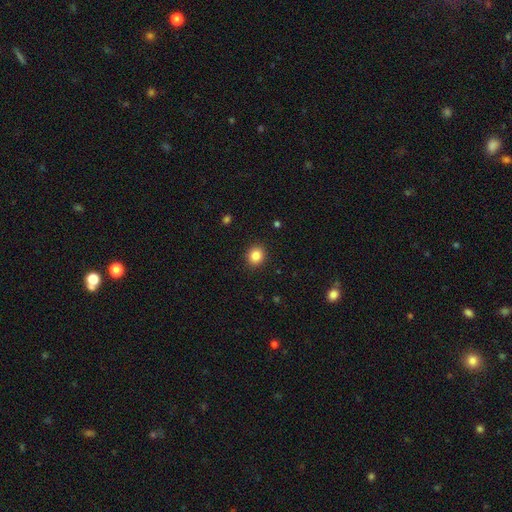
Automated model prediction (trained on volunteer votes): Morphology: type=smooth (85%); roundness=round (73%); merging=none (91%).